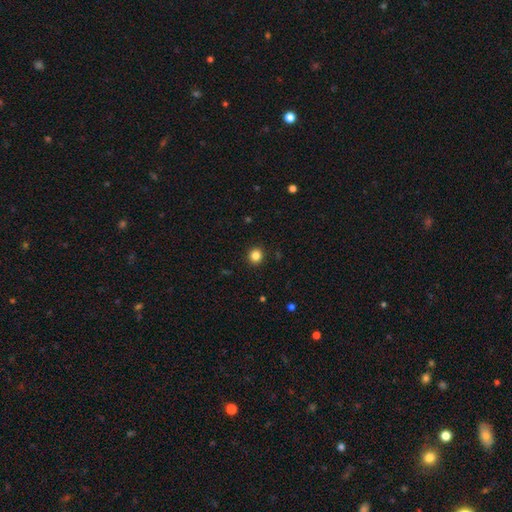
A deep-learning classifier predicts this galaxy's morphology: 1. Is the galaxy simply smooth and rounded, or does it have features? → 84% smooth, 12% star or artifact, 4% featured or disk.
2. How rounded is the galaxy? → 91% round, 8% in between, 1% cigar-shaped.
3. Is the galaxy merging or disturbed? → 92% none, 5% minor disturbance, 2% major disturbance, 1% merger.